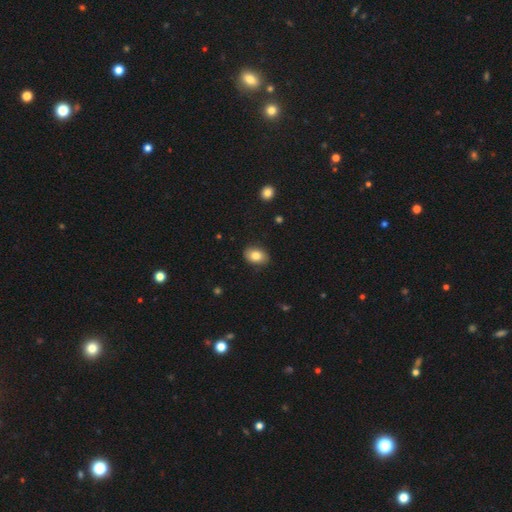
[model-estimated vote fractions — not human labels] The model was most divided on "how rounded": in between: 82%, round: 17%, cigar-shaped: 1%. More confident: merging — none (86%); smooth or featured — smooth (82%).